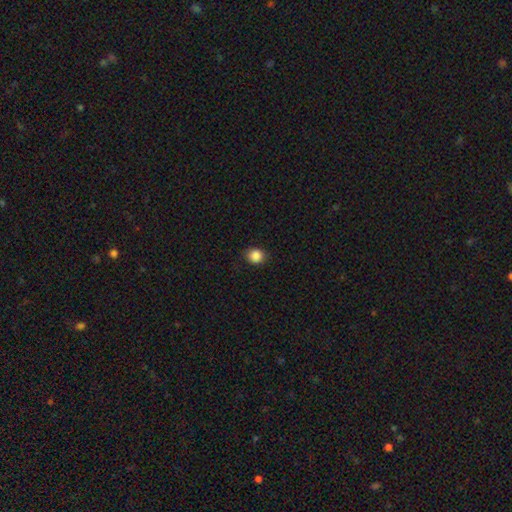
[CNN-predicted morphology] Q: Smooth or featured?
A: smooth (87%); runner-up: star or artifact (10%)
Q: How rounded?
A: round (77%); runner-up: in between (22%)
Q: Merging?
A: none (88%); runner-up: minor disturbance (8%)